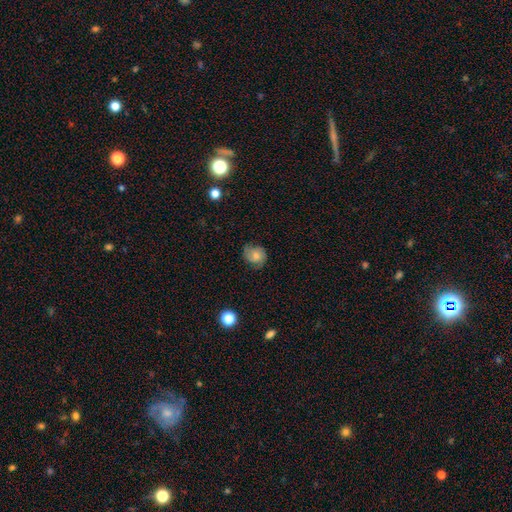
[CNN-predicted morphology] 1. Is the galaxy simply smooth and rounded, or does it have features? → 59% smooth, 32% featured or disk, 9% star or artifact.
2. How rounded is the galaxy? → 70% round, 29% in between, 1% cigar-shaped.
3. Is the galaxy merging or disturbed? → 66% none, 25% minor disturbance, 7% major disturbance, 1% merger.